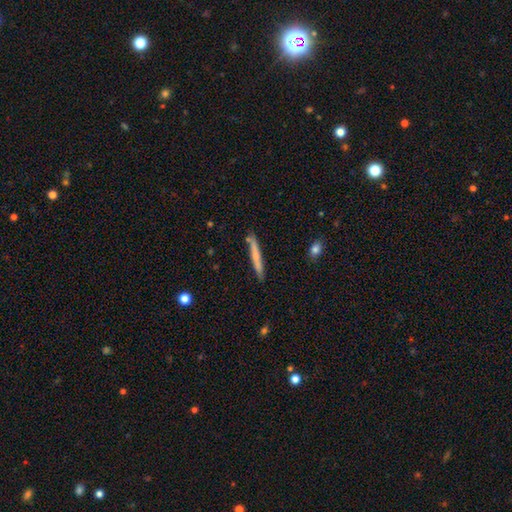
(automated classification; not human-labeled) smooth 59%, featured or disk 35%, star or artifact 6%. Down the decision tree: how rounded — cigar-shaped (96%); merging — none (86%).